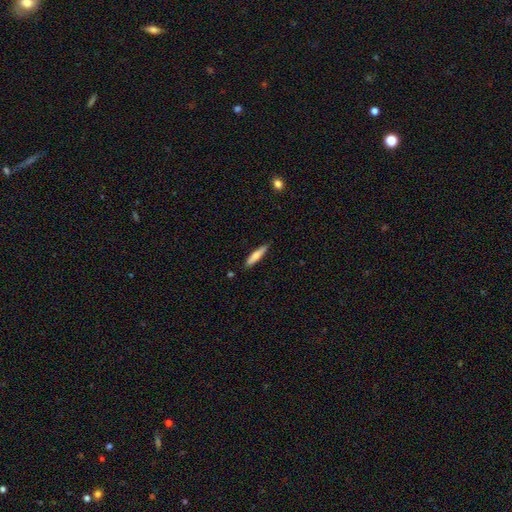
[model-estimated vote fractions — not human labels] Q: Smooth or featured?
A: smooth (73%); runner-up: featured or disk (21%)
Q: How rounded?
A: cigar-shaped (84%); runner-up: in between (15%)
Q: Merging?
A: none (88%); runner-up: minor disturbance (9%)